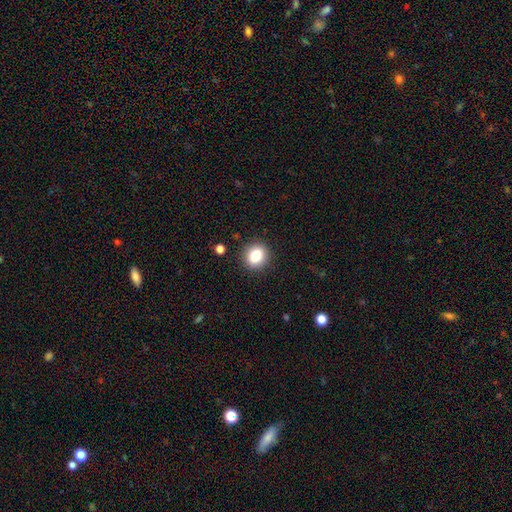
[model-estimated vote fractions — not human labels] Q: Smooth or featured?
A: smooth (82%); runner-up: star or artifact (10%)
Q: How rounded?
A: round (72%); runner-up: in between (27%)
Q: Merging?
A: none (89%); runner-up: minor disturbance (7%)